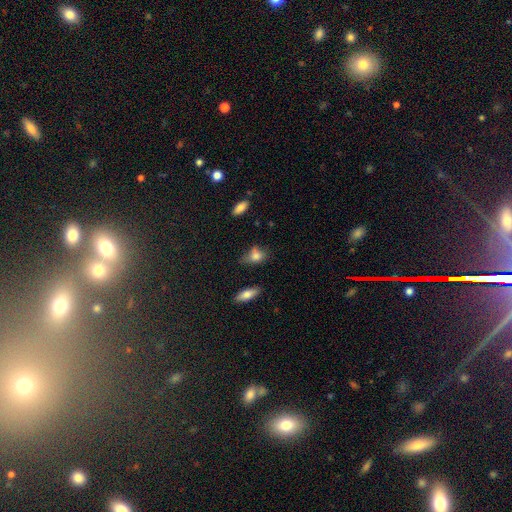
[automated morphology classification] Smooth or featured? Predicted: smooth (p=0.79). How rounded? Predicted: in between (p=0.72). Merging? Predicted: none (p=0.44).